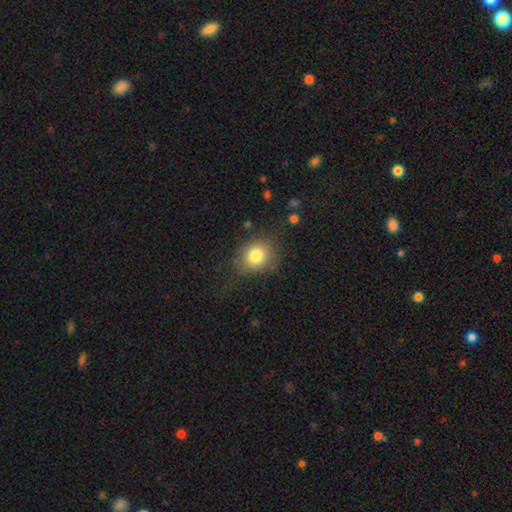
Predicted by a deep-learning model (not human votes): A smooth galaxy with no disk features (80%) that is round (72%). Merging: none (71%).